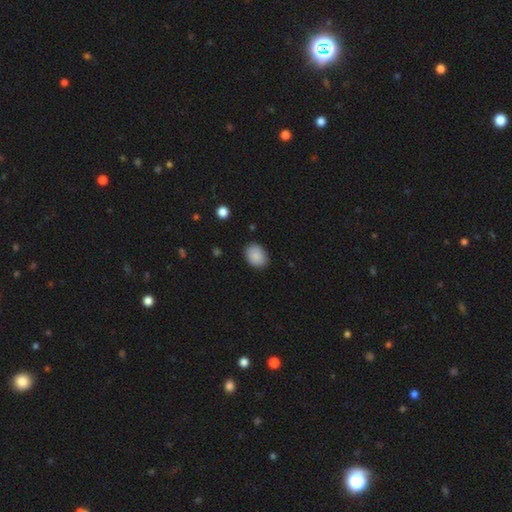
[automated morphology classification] smooth 87%, star or artifact 7%, featured or disk 5%. Down the decision tree: how rounded — in between (68%); merging — none (86%).